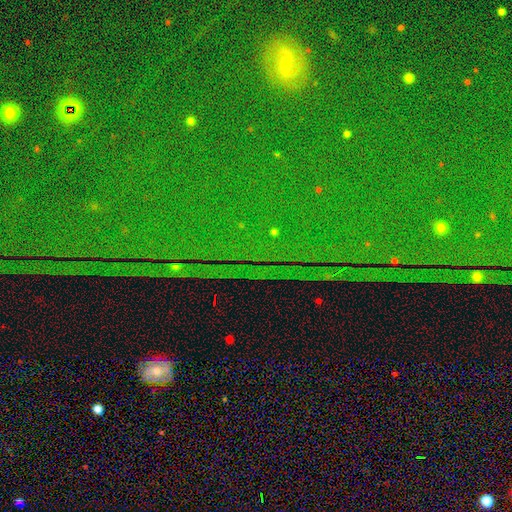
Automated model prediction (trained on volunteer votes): A star or artifact, not a galaxy (83%).